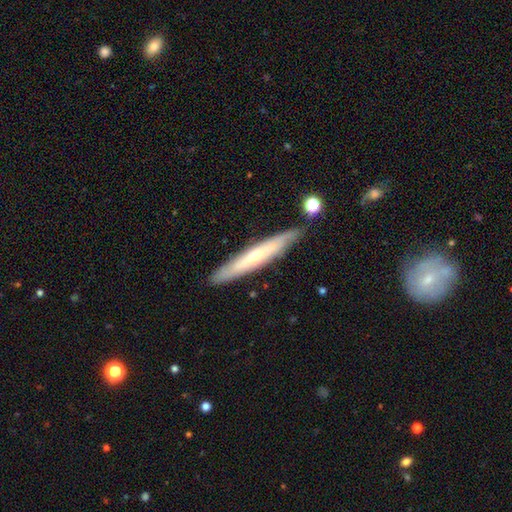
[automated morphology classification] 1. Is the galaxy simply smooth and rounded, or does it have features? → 56% featured or disk, 38% smooth, 6% star or artifact.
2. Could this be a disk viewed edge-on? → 81% yes, 19% no.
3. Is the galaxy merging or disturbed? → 83% none, 12% minor disturbance, 3% merger, 2% major disturbance.